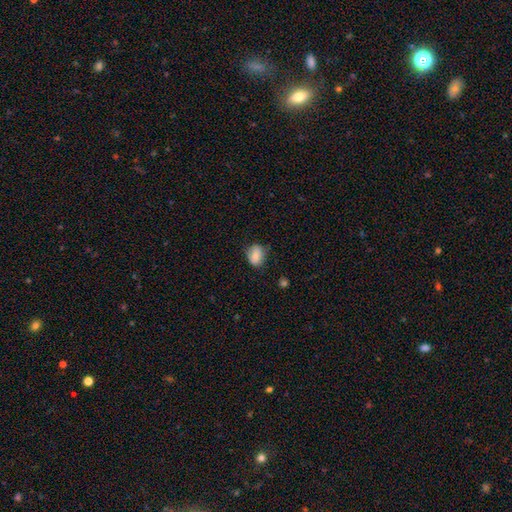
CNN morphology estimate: smooth_or_featured: smooth (p=0.79) [alt: featured or disk p=0.12]
how_rounded: in between (p=0.59) [alt: round p=0.40]
merging: none (p=0.67) [alt: minor disturbance p=0.26]